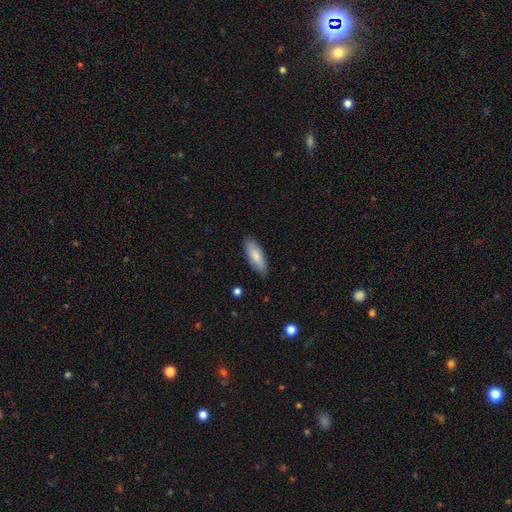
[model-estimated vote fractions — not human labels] Morphology: type=smooth (80%); roundness=in between (70%); merging=none (86%).